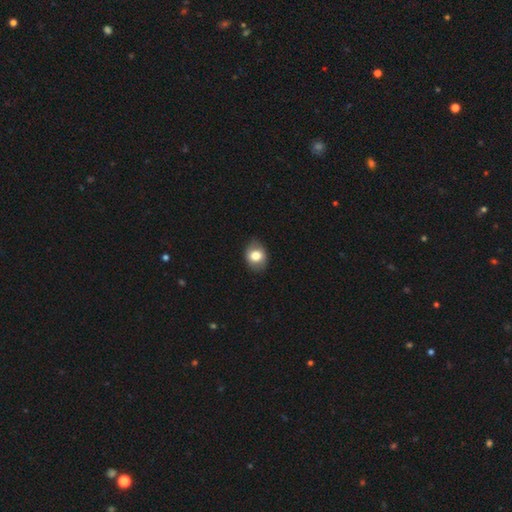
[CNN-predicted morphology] Smooth or featured? Predicted: smooth (p=0.76). How rounded? Predicted: in between (p=0.54). Merging? Predicted: none (p=0.83).